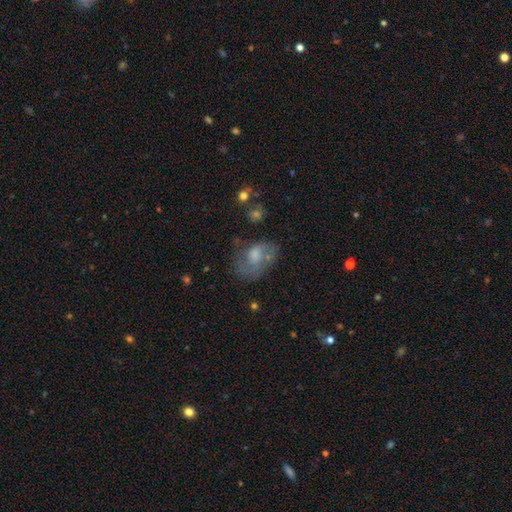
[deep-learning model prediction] smooth-or-featured: smooth: 46% | featured or disk: 43% | star or artifact: 11%
  merging: none: 42% | minor disturbance: 27% | major disturbance: 26% | merger: 6%